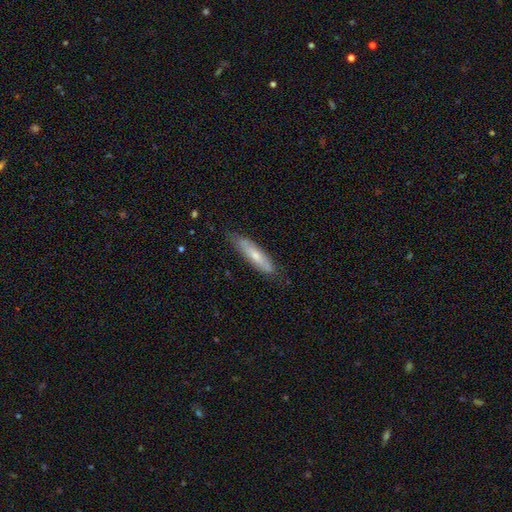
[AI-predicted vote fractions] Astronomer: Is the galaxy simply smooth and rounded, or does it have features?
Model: smooth — 61%.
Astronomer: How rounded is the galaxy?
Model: cigar-shaped — 76%.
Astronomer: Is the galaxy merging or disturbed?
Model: none — 75%.